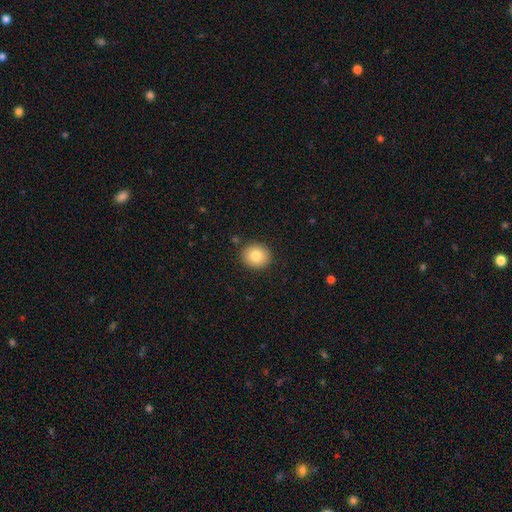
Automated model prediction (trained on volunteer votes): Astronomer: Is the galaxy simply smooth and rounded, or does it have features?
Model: smooth — 82%.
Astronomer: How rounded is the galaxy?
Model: round — 79%.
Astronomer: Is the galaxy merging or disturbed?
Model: none — 90%.